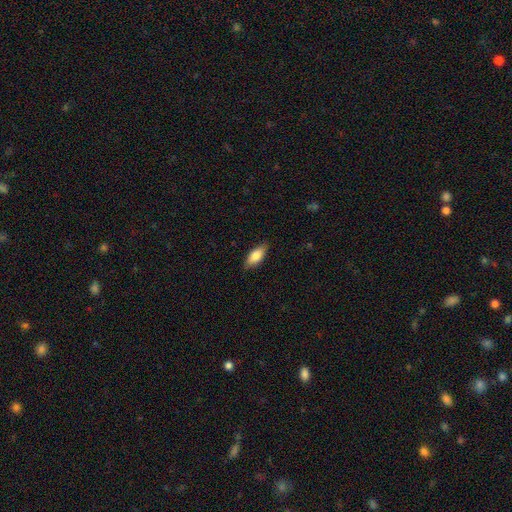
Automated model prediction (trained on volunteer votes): smooth 80%, featured or disk 14%, star or artifact 6%. Down the decision tree: how rounded — in between (79%); merging — none (85%).